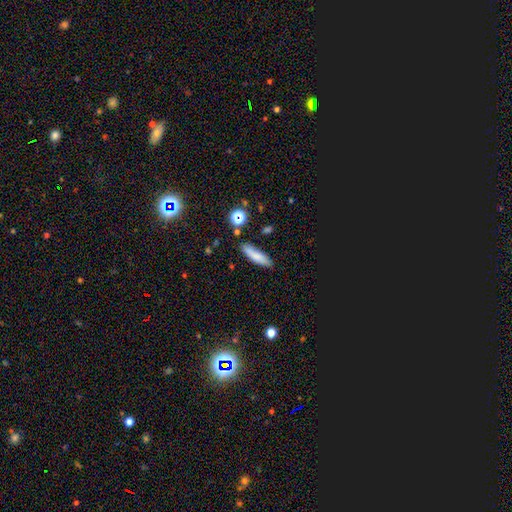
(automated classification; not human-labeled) Smooth or featured? smooth (79%)
How rounded? cigar-shaped (70%)
Merging? none (81%)